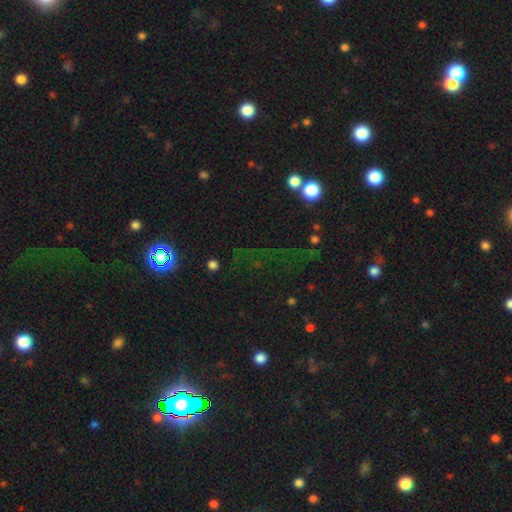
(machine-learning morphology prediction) Overall: star or artifact (68%).